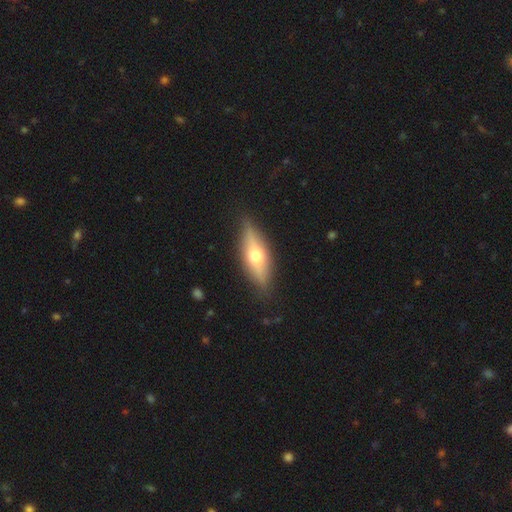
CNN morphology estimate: A featured or disk galaxy (52%) viewed edge-on (85%).

Vote fractions:
- Smooth or featured? featured or disk: 52% / smooth: 42% / star or artifact: 7%
- Edge-on disk? yes: 85% / no: 15%
- Merging? none: 85% / minor disturbance: 12% / major disturbance: 3% / merger: 1%